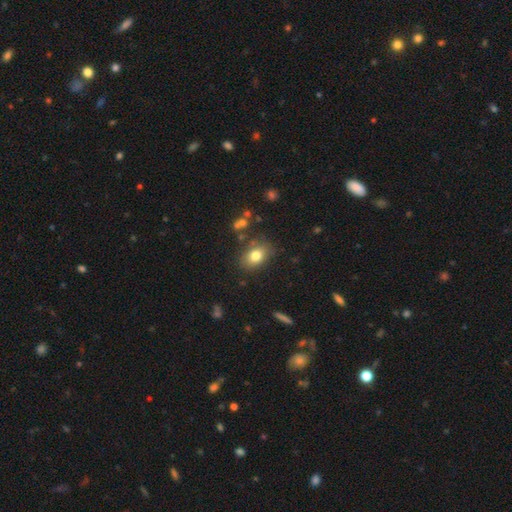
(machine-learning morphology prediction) The model was most divided on "how rounded": in between: 76%, round: 23%, cigar-shaped: 1%. More confident: merging — none (79%); smooth or featured — smooth (79%).